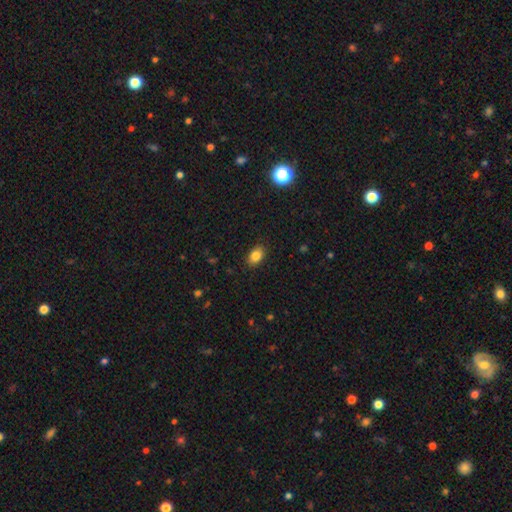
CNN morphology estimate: Smooth or featured?
  - smooth: 84% *
  - star or artifact: 10%
  - featured or disk: 6%
How rounded?
  - in between: 82% *
  - round: 17%
  - cigar-shaped: 1%
Merging?
  - none: 87% *
  - minor disturbance: 10%
  - major disturbance: 2%
  - merger: 1%